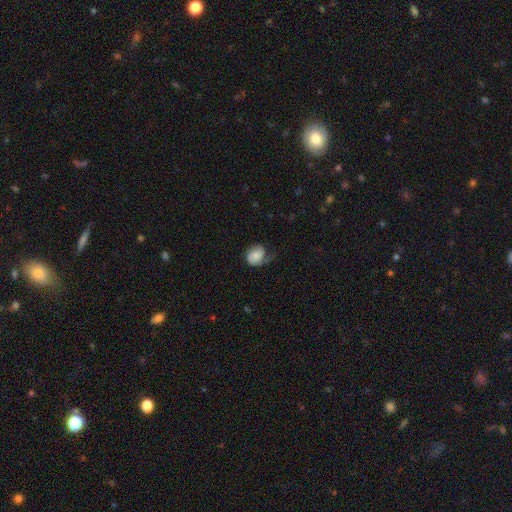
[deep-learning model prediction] Smooth or featured: smooth — 55% (featured or disk — 37%)
How rounded: round — 61% (in between — 38%)
Merging: none — 42% (minor disturbance — 33%)